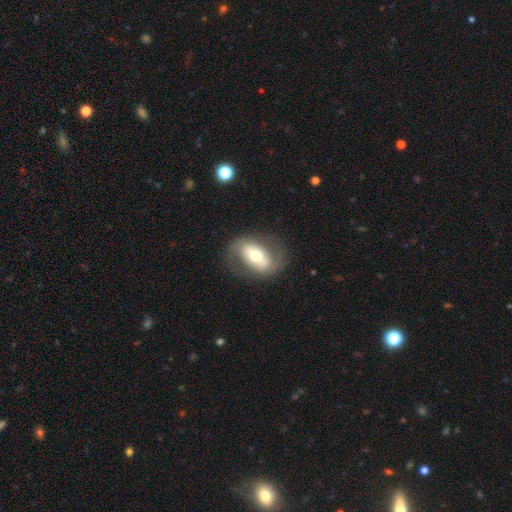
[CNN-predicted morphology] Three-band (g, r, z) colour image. It shows a featured or disk galaxy (50%). Merging: none (75%).